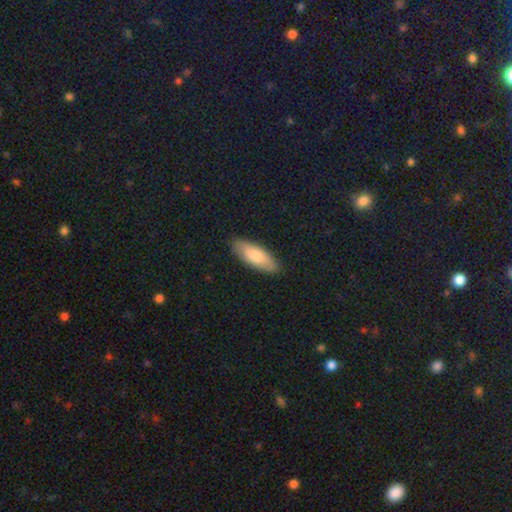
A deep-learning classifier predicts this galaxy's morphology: This is likely a smooth galaxy (77%). How rounded: likely in between (72%). Merging: clearly none (86%).